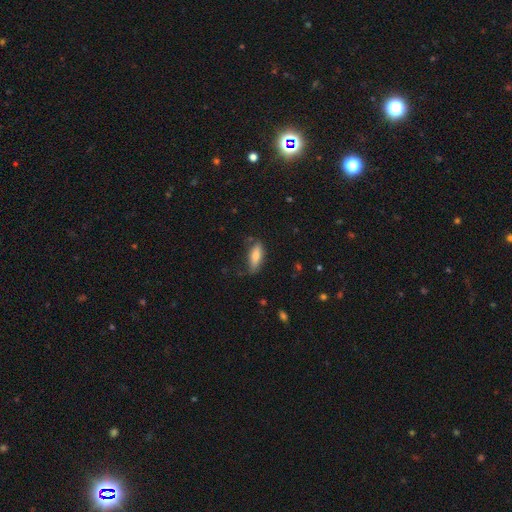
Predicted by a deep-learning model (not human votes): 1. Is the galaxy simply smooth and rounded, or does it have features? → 76% smooth, 17% featured or disk, 6% star or artifact.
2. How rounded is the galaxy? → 62% in between, 36% cigar-shaped, 2% round.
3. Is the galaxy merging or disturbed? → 65% none, 26% minor disturbance, 7% major disturbance, 2% merger.